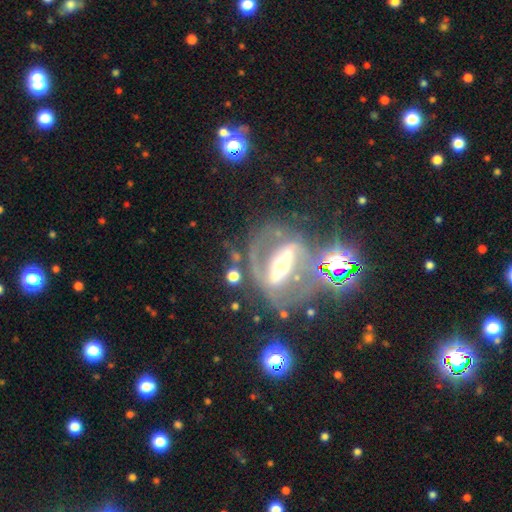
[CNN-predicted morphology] A featured or disk galaxy (81%) with a strong bar (73%), 2 (72%) medium (44%) spiral arms (76%) and a moderate central bulge (47%).

Vote fractions:
- Smooth or featured? featured or disk: 81% / star or artifact: 11% / smooth: 9%
- Edge-on disk? no: 87% / yes: 13%
- Bar? strong: 73% / weak: 18% / no: 10%
- Spiral arms? yes: 76% / no: 24%
- Spiral winding? medium: 44% / tight: 34% / loose: 22%
- Spiral arm count? 2: 72% / can't tell: 15% / 1: 7% / 3: 3% / 4: 1% / more than 4: 1%
- Bulge size? moderate: 47% / small: 41% / large: 7% / none: 3% / dominant: 2%
- Merging? none: 55% / major disturbance: 19% / minor disturbance: 17% / merger: 9%